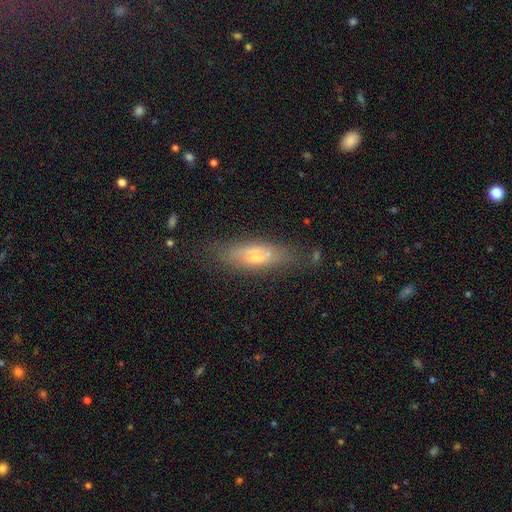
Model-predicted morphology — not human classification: The model was most divided on "how rounded": in between: 51%, cigar-shaped: 45%, round: 3%. More confident: merging — none (68%); smooth or featured — smooth (56%).